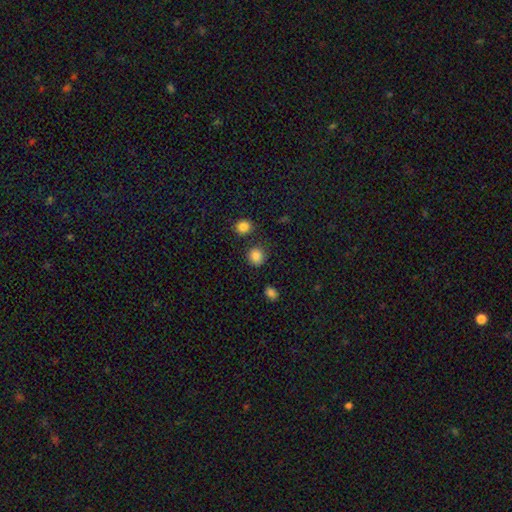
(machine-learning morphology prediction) Smooth or featured? Predicted: smooth (p=0.85). How rounded? Predicted: round (p=0.89). Merging? Predicted: none (p=0.85).